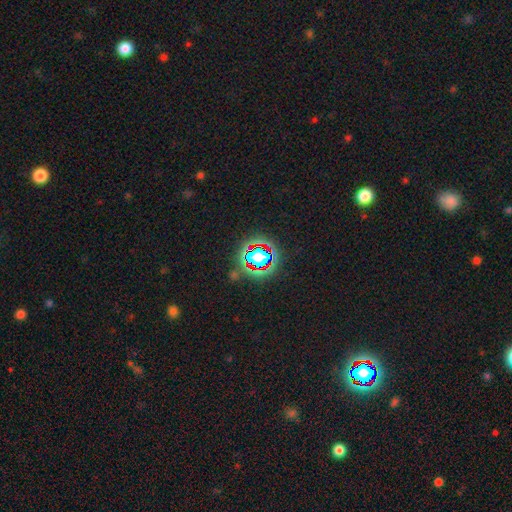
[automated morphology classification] Smooth or featured?
  - star or artifact: 75% *
  - smooth: 15%
  - featured or disk: 9%